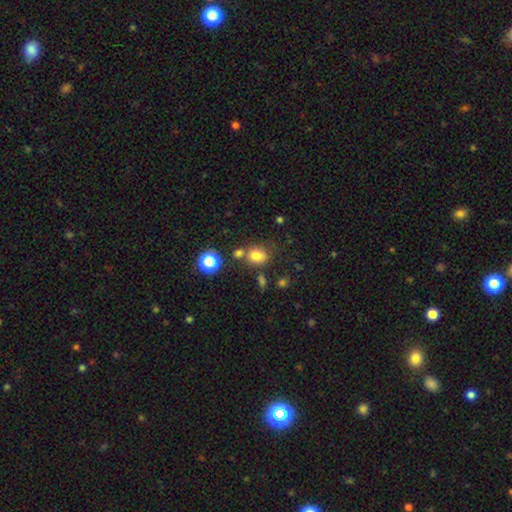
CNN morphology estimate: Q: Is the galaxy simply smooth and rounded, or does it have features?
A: smooth — 78%.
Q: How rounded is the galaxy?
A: round — 56%.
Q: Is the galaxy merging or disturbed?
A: none — 63%.